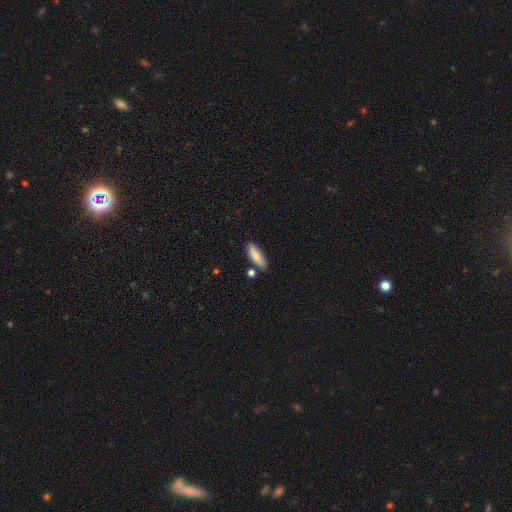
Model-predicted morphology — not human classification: This appears to be a smooth galaxy with no disk features (86%) that is in between round and cigar-shaped (49%, tied with cigar-shaped). Merging: none (78%).